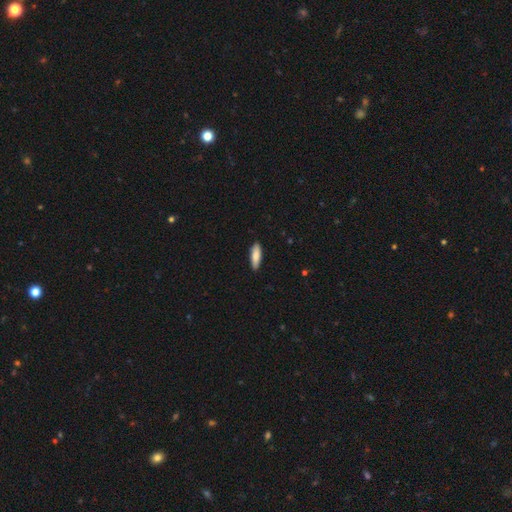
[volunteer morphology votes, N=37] Overall: smooth (89%). How rounded: cigar-shaped (67%; in between 30%). Merging: none (91%).